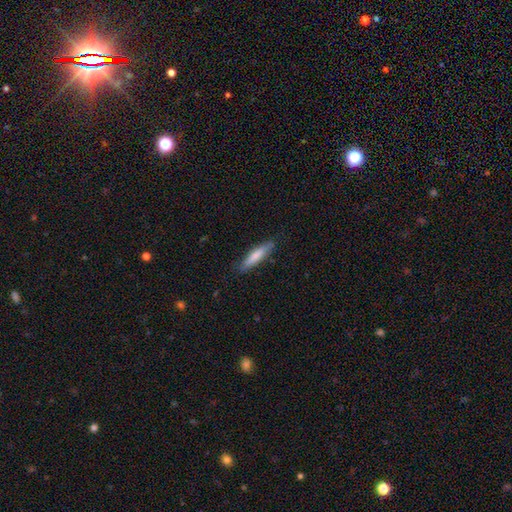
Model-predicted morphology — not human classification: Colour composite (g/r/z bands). It shows a smooth galaxy with no disk features (78%) that is cigar-shaped (82%). Merging: none (84%).